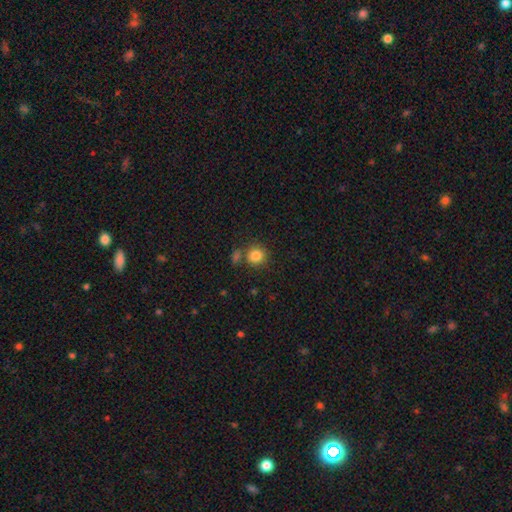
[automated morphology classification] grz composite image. It shows a smooth galaxy with no disk features (84%) that is round (88%). Merging: none (70%).